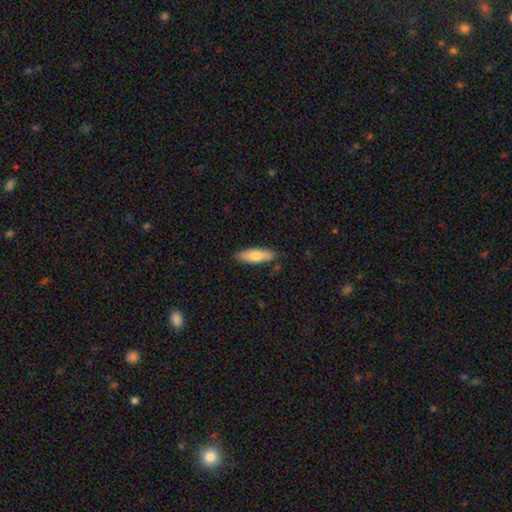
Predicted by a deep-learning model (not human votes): smooth-or-featured: smooth: 73% | featured or disk: 21% | star or artifact: 6%
  how-rounded: in between: 52% | cigar-shaped: 47% | round: 2%
  merging: none: 84% | minor disturbance: 12% | major disturbance: 2% | merger: 2%